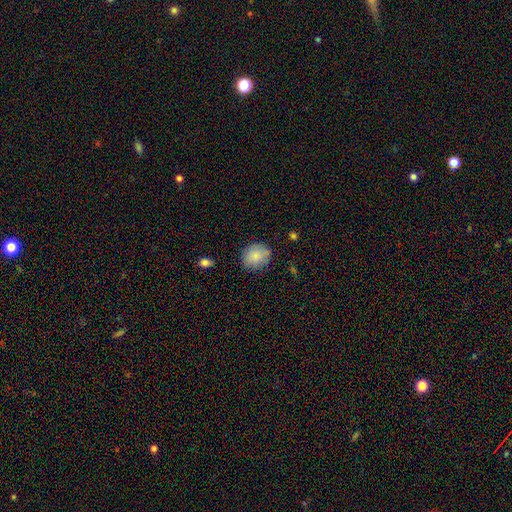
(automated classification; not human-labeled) smooth_or_featured: smooth (p=0.85) [alt: star or artifact p=0.07]
how_rounded: round (p=0.60) [alt: in between p=0.39]
merging: none (p=0.84) [alt: minor disturbance p=0.12]